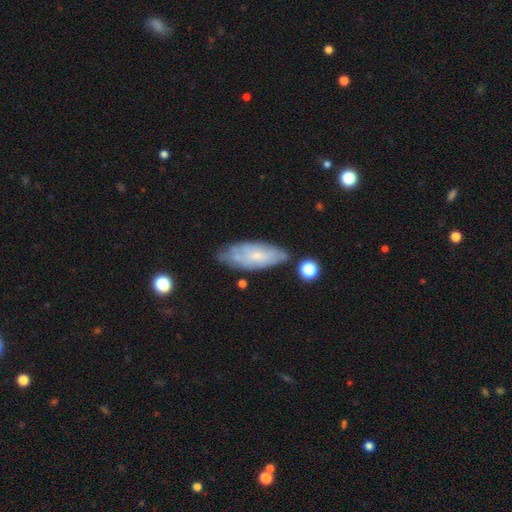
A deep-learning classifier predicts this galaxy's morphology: A featured or disk galaxy (46%, tied with smooth).

Vote fractions:
- Smooth or featured? featured or disk: 46% (tied) / smooth: 46% (tied) / star or artifact: 7%
- Merging? none: 65% / minor disturbance: 24% / major disturbance: 6% / merger: 5%